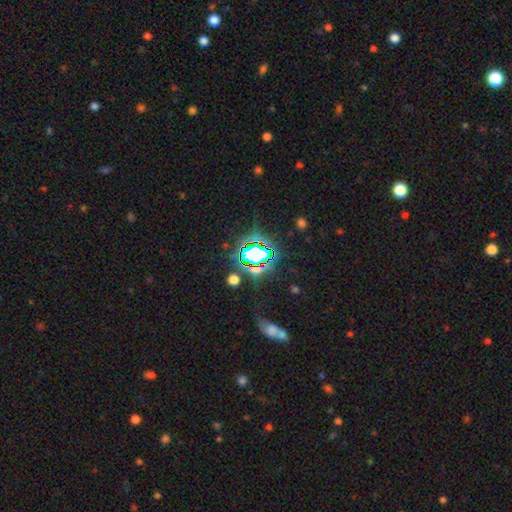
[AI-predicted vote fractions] smooth-or-featured: star or artifact: 68% | smooth: 21% | featured or disk: 11%